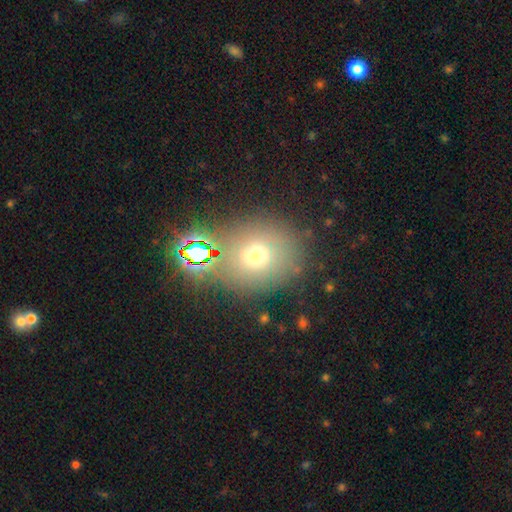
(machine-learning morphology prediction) Smooth or featured? Predicted: smooth (p=0.66). How rounded? Predicted: round (p=0.75). Merging? Predicted: none (p=0.75).